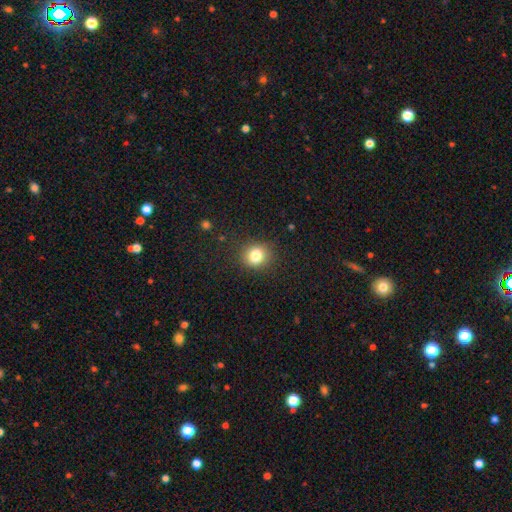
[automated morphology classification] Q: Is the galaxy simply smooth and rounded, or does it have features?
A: smooth — 81%.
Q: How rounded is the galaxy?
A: round — 77%.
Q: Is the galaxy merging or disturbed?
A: none — 87%.